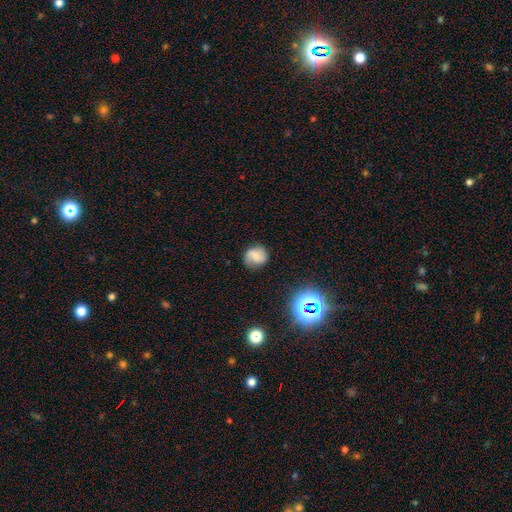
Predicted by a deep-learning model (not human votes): A smooth galaxy with no disk features (44%, tied with featured or disk).

Vote fractions:
- Smooth or featured? smooth: 44% (tied) / featured or disk: 44% (tied) / star or artifact: 13%
- Merging? none: 75% / minor disturbance: 17% / major disturbance: 6% / merger: 2%